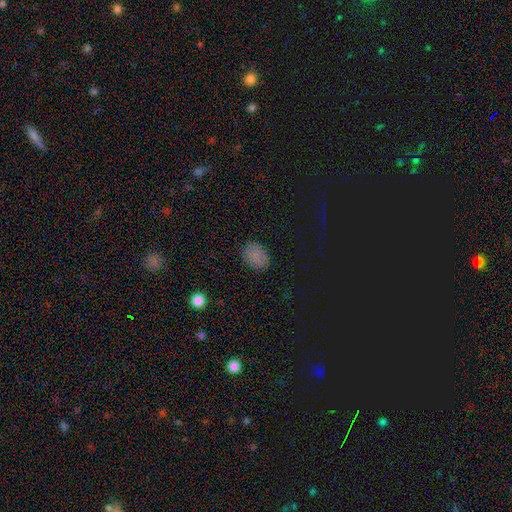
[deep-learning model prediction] smooth-or-featured: smooth: 80% | star or artifact: 15% | featured or disk: 5%
  how-rounded: in between: 75% | round: 23% | cigar-shaped: 1%
  merging: none: 85% | minor disturbance: 11% | major disturbance: 3% | merger: 1%